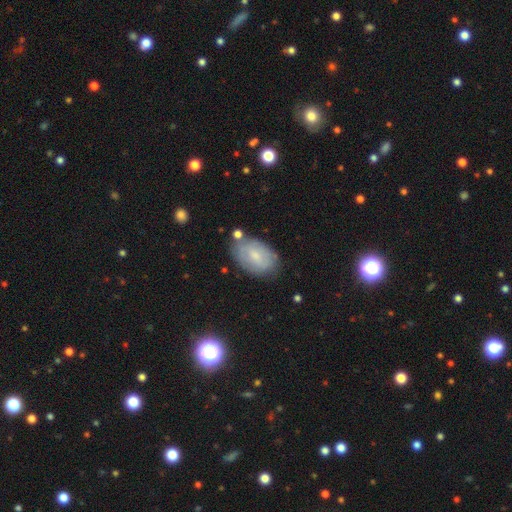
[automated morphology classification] Overall: smooth (59%; featured or disk 33%). How rounded: in between (90%). Merging: none (70%).